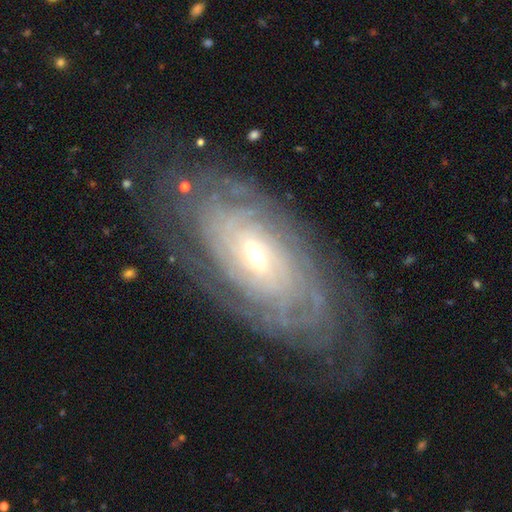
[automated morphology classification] smooth-or-featured: featured or disk: 87% | smooth: 7% | star or artifact: 6%
  disk-edge-on: no: 94% | yes: 6%
    bar: weak: 48% | no: 30% | strong: 22%
    has-spiral-arms: yes: 96% | no: 4%
      spiral-winding: tight: 79% | medium: 17% | loose: 4%
      spiral-arm-count: can't tell: 35% | more than 4: 23% | 4: 17% | 2: 10% | 3: 9% | 1: 6%
    bulge-size: small: 69% | moderate: 26% | large: 2% | none: 2% | dominant: 1%
  merging: none: 76% | minor disturbance: 15% | major disturbance: 7% | merger: 2%